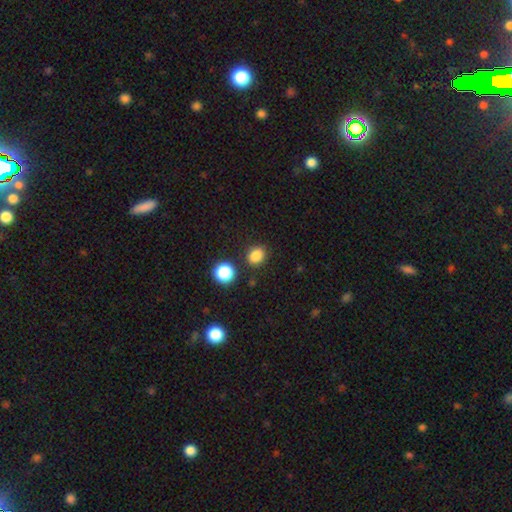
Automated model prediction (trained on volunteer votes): Overall: smooth (84%). How rounded: round (55%; in between 44%). Merging: none (82%).